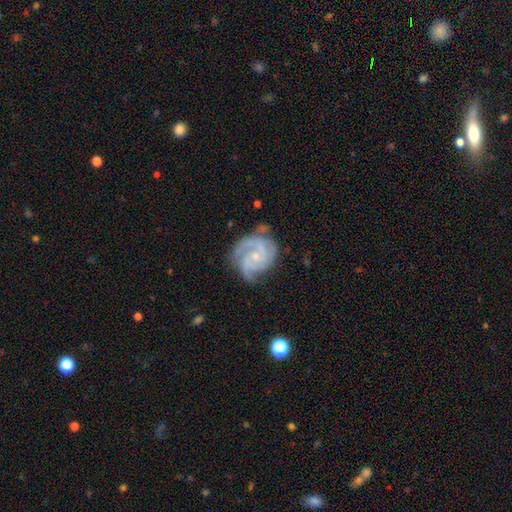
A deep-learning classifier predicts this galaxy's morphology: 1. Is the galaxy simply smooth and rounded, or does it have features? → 88% featured or disk, 7% smooth, 5% star or artifact.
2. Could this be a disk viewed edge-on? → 98% no, 2% yes.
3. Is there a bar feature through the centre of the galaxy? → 69% no, 26% weak, 5% strong.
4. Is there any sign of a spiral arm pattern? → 98% yes, 2% no.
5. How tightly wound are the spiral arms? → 52% tight, 40% medium, 7% loose.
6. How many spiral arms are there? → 57% 3, 17% 2, 9% 4, 9% can't tell, 4% 1, 4% more than 4.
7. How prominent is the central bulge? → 75% small, 19% moderate, 4% none, 1% large, 1% dominant.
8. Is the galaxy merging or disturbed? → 64% none, 23% minor disturbance, 10% major disturbance, 2% merger.